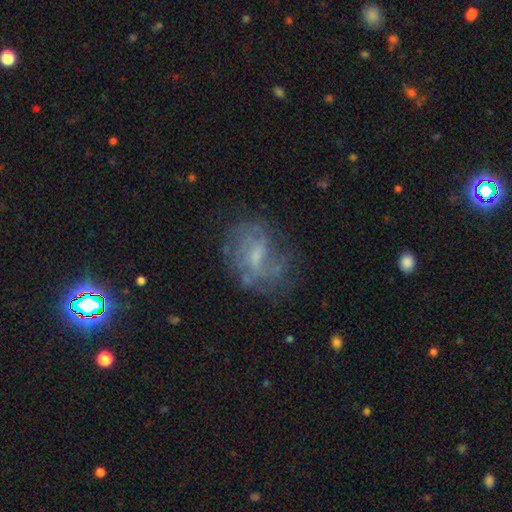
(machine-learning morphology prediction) Q: Smooth or featured?
A: featured or disk (67%); runner-up: smooth (22%)
Q: Edge-on disk?
A: no (97%); runner-up: yes (3%)
Q: Bar?
A: weak (52%); runner-up: no (38%)
Q: Spiral arms?
A: yes (73%); runner-up: no (27%)
Q: Bulge size?
A: small (51%); runner-up: moderate (29%)
Q: Merging?
A: none (58%); runner-up: minor disturbance (21%)